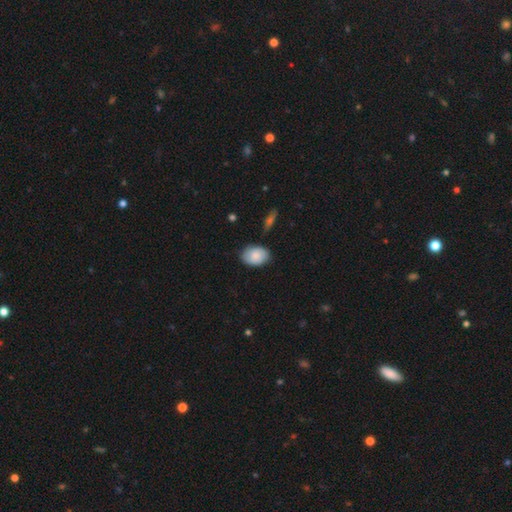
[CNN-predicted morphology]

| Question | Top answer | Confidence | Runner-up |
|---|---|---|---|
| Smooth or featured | smooth | 84% | featured or disk (10%) |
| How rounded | in between | 84% | round (15%) |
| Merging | none | 81% | minor disturbance (14%) |